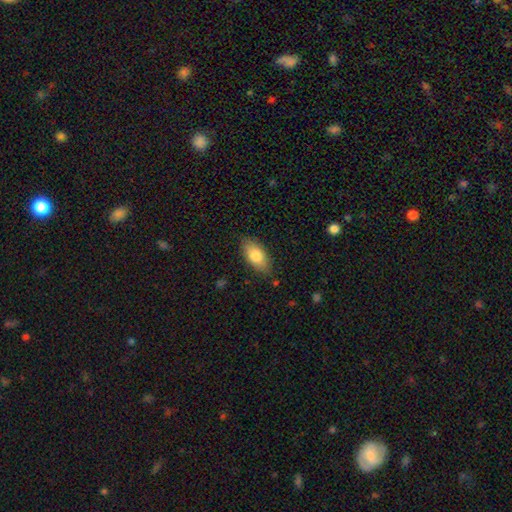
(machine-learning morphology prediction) type=smooth (80%); roundness=in between (90%); merging=none (83%).